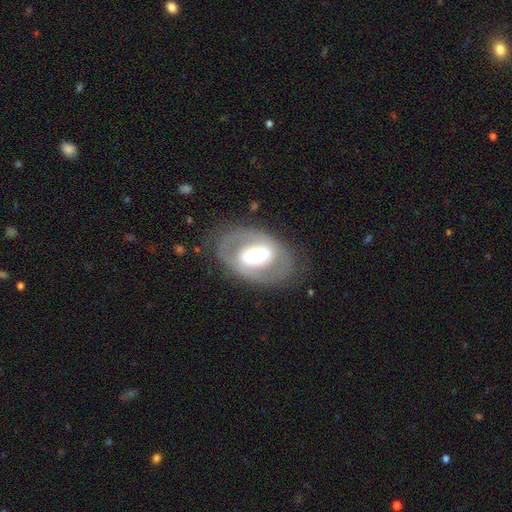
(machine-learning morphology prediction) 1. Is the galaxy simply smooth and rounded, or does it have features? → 61% featured or disk, 32% smooth, 7% star or artifact.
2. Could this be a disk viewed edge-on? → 92% no, 8% yes.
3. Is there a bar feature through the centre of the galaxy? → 52% no, 25% weak, 23% strong.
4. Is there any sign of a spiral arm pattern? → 78% no, 22% yes.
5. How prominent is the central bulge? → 52% moderate, 35% large, 6% small, 6% dominant, 1% none.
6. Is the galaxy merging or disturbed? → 74% none, 14% minor disturbance, 11% major disturbance, 2% merger.